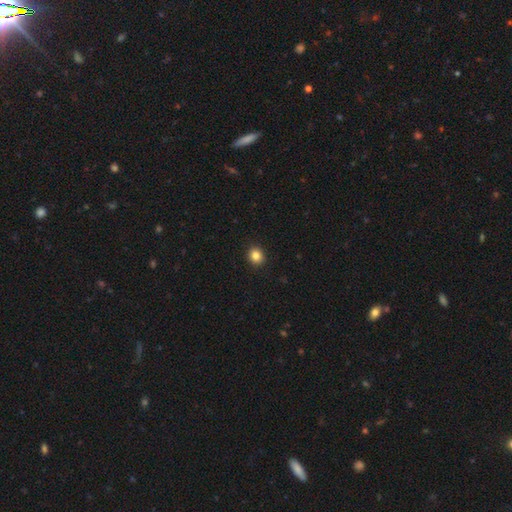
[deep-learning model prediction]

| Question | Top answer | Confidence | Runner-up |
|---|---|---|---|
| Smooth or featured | smooth | 84% | star or artifact (11%) |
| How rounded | round | 77% | in between (22%) |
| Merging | none | 92% | minor disturbance (5%) |